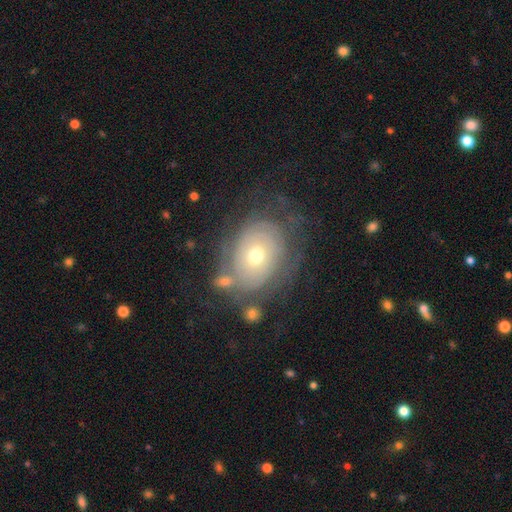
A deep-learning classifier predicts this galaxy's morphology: Smooth or featured? featured or disk (69%)
Edge-on disk? no (96%)
Bar? no (79%)
Spiral arms? yes (80%)
Spiral winding? tight (77%)
Spiral arm count? can't tell (56%)
Bulge size? moderate (63%)
Merging? none (59%)